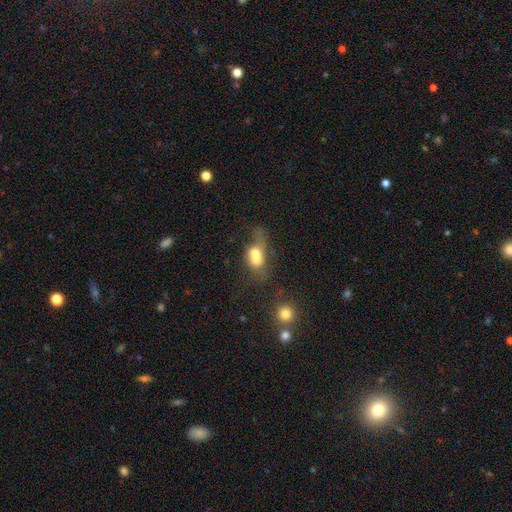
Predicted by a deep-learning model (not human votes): Q: Smooth or featured?
A: smooth (60%); runner-up: featured or disk (29%)
Q: How rounded?
A: in between (73%); runner-up: round (21%)
Q: Merging?
A: merger (55%); runner-up: major disturbance (20%)